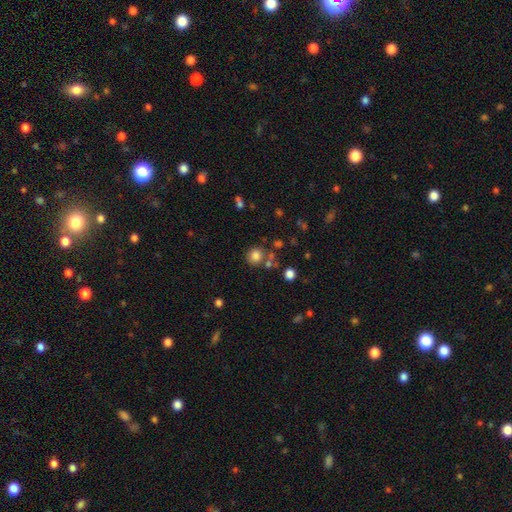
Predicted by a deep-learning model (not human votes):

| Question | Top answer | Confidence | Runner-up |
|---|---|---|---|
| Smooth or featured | smooth | 79% | star or artifact (14%) |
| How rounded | round | 86% | in between (13%) |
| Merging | none | 72% | merger (14%) |